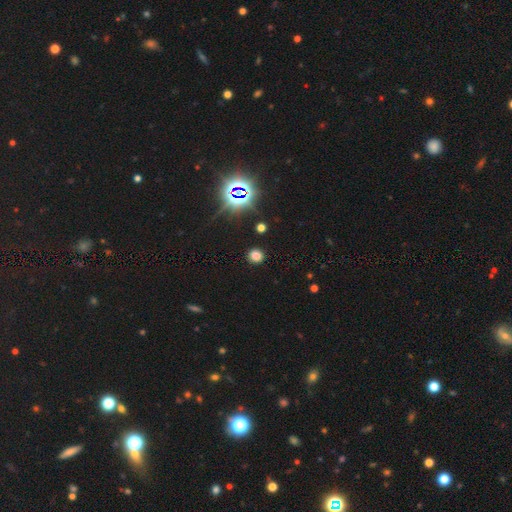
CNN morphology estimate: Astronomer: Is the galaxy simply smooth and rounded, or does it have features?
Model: smooth — 70%.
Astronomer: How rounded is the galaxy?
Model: round — 86%.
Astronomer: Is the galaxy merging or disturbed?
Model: none — 90%.